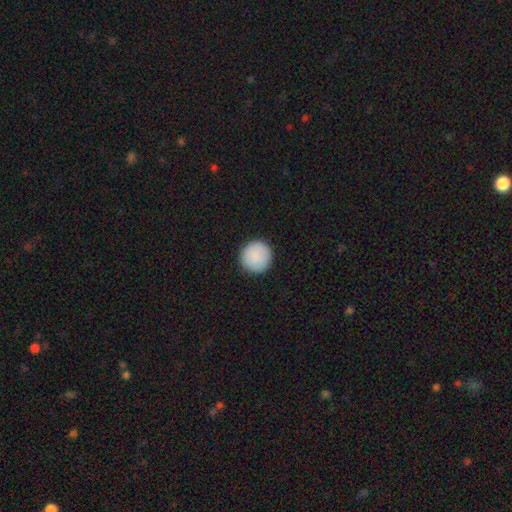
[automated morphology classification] Smooth or featured? smooth (89%)
How rounded? round (96%)
Merging? none (91%)